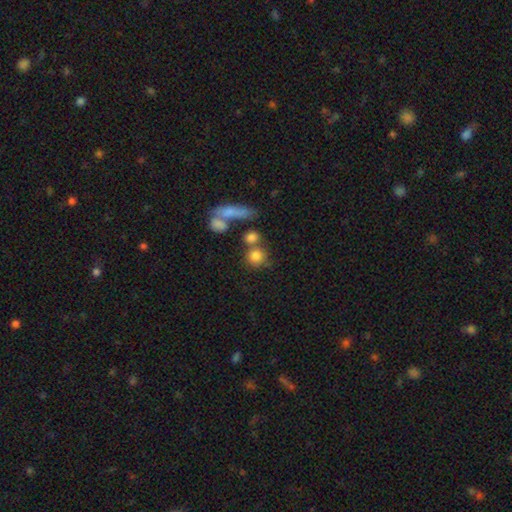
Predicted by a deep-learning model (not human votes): A smooth galaxy with no disk features (78%) that is round (84%).

Vote fractions:
- Smooth or featured? smooth: 78% / featured or disk: 11% / star or artifact: 11%
- How rounded? round: 84% / in between: 13% / cigar-shaped: 3%
- Merging? none: 55% / merger: 28% / minor disturbance: 10% / major disturbance: 6%